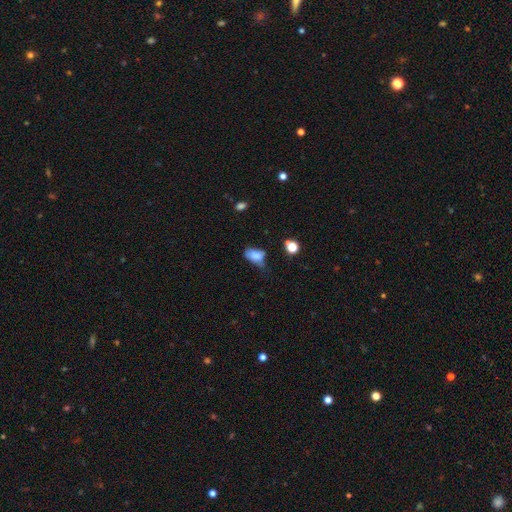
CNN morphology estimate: This appears to be a smooth galaxy with no disk features (73%) that is in between round and cigar-shaped (86%). Merging: minor disturbance (39%).